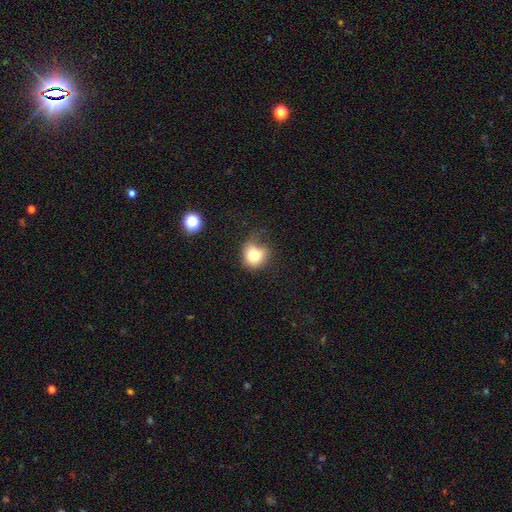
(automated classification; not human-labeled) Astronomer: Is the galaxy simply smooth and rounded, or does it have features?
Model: smooth — 75%.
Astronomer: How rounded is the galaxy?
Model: round — 67%.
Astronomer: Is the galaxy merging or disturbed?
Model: none — 37% (runner-up: minor disturbance, 32%).